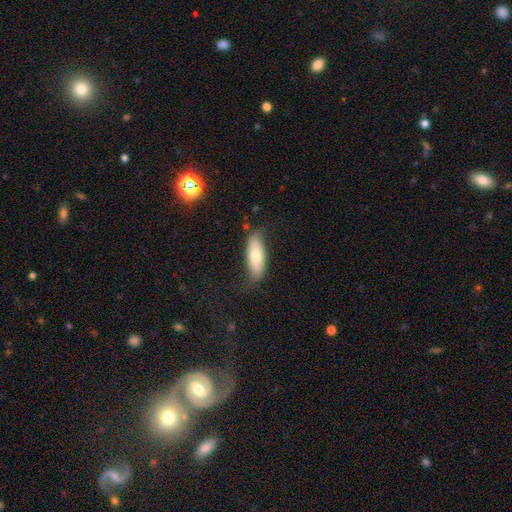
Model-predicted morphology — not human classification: Smooth or featured? smooth (71%)
How rounded? in between (69%)
Merging? none (68%)